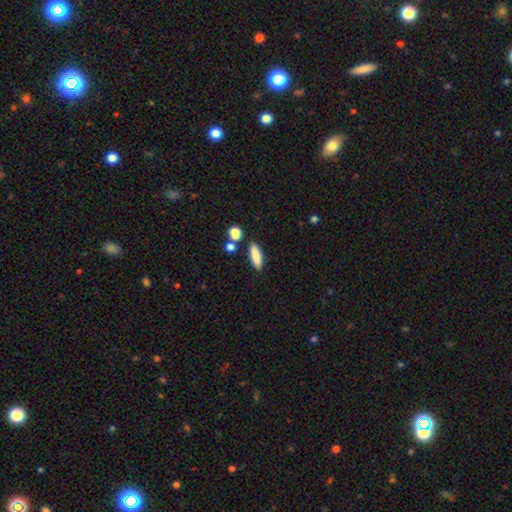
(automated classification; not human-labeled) Smooth or featured?
  - smooth: 84% *
  - featured or disk: 9%
  - star or artifact: 7%
How rounded?
  - in between: 49% *
  - cigar-shaped: 47%
  - round: 4%
Merging?
  - none: 81% *
  - minor disturbance: 10%
  - merger: 7%
  - major disturbance: 3%